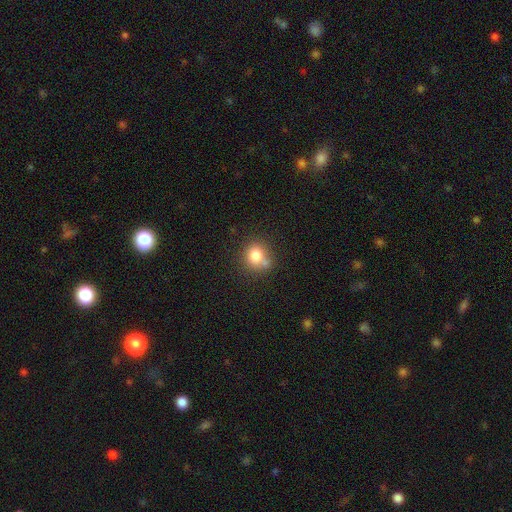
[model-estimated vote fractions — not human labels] Overall: smooth (79%). How rounded: round (78%). Merging: none (57%; merger 20%).